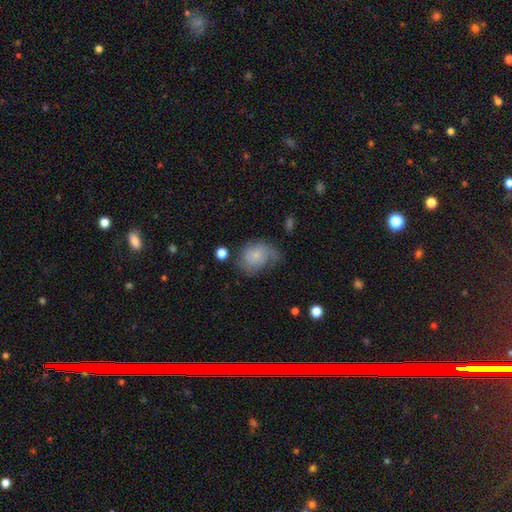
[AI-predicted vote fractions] Q: Smooth or featured?
A: smooth (51%); runner-up: featured or disk (41%)
Q: How rounded?
A: in between (53%); runner-up: round (46%)
Q: Merging?
A: none (40%); runner-up: minor disturbance (31%)